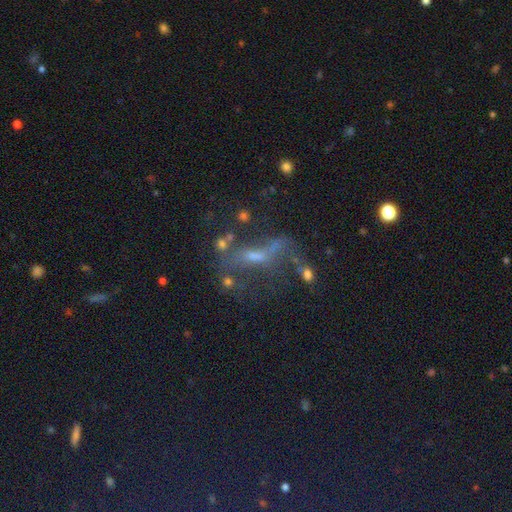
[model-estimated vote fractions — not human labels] Smooth or featured? featured or disk (51%)
Edge-on disk? no (75%)
Merging? none (42%)